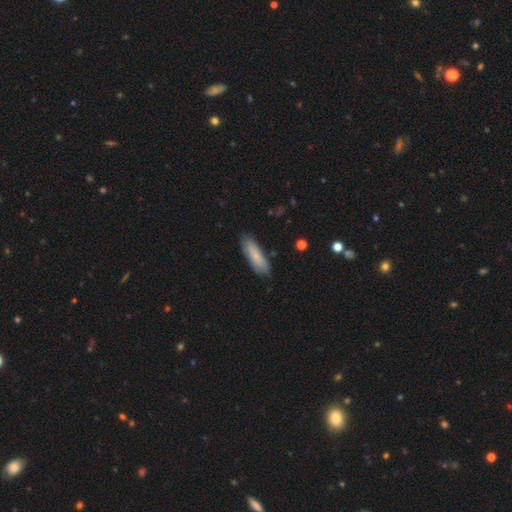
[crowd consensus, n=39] Smooth or featured? 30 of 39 (77%) said smooth. How rounded? 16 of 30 (53%) said cigar-shaped. Merging? 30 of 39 (77%) said none.